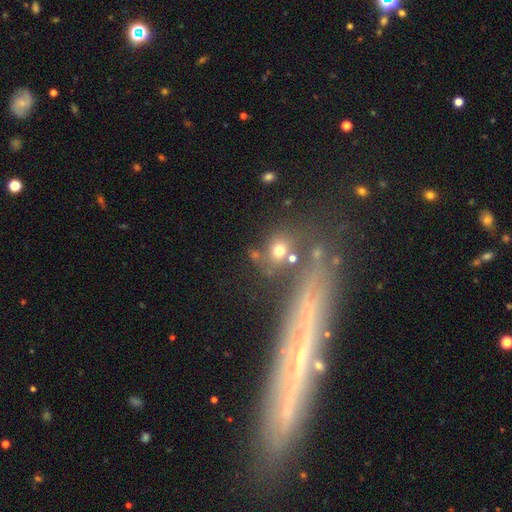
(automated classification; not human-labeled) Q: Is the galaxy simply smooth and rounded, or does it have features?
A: smooth — 60%.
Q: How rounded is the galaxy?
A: round — 66%.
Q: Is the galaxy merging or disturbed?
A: none — 71%.